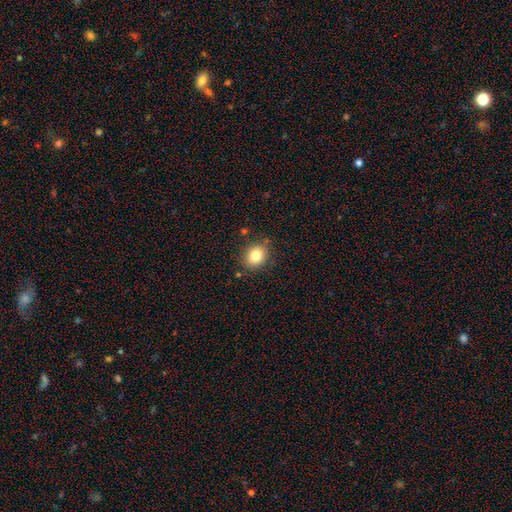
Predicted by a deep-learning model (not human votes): This appears to be a smooth galaxy with no disk features (82%) that is round (56%). Merging: none (84%).